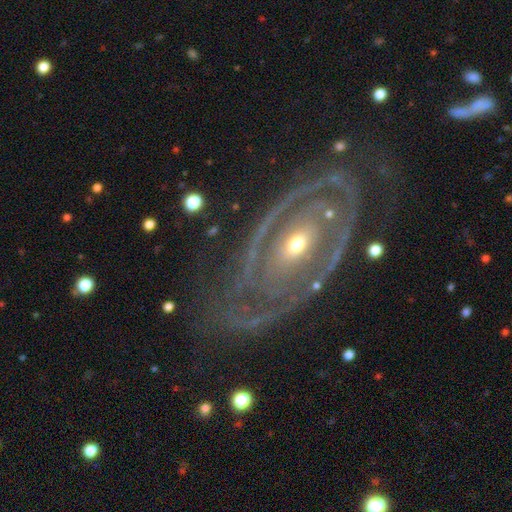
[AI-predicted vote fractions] smooth-or-featured: featured or disk: 89% | smooth: 6% | star or artifact: 5%
  disk-edge-on: no: 94% | yes: 6%
    bar: no: 63% | weak: 22% | strong: 15%
    has-spiral-arms: yes: 86% | no: 14%
      spiral-winding: tight: 68% | medium: 25% | loose: 7%
      spiral-arm-count: 2: 52% | can't tell: 22% | 3: 11% | 1: 6% | 4: 5% | more than 4: 4%
    bulge-size: small: 53% | moderate: 43% | large: 2% | dominant: 1% | none: 1%
  merging: none: 71% | minor disturbance: 17% | major disturbance: 11% | merger: 2%